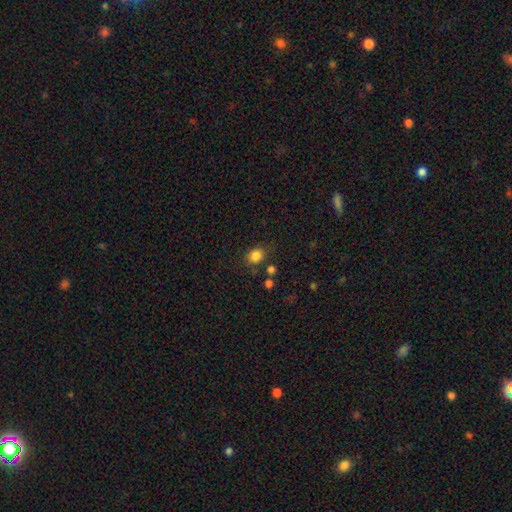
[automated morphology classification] smooth_or_featured: smooth (p=0.84) [alt: star or artifact p=0.12]
how_rounded: round (p=0.59) [alt: in between p=0.40]
merging: none (p=0.76) [alt: minor disturbance p=0.14]